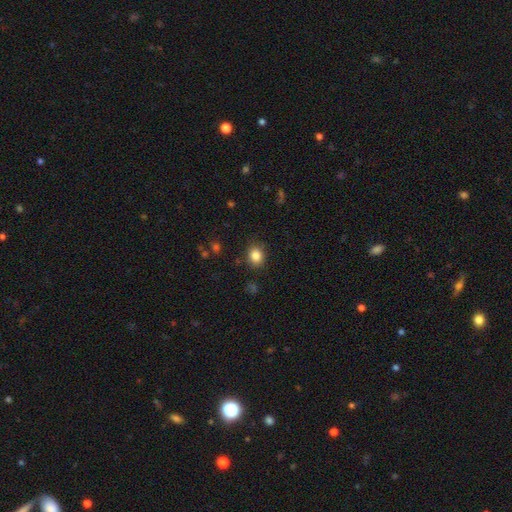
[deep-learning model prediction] Smooth or featured? Predicted: smooth (p=0.84). How rounded? Predicted: round (p=0.57). Merging? Predicted: none (p=0.85).